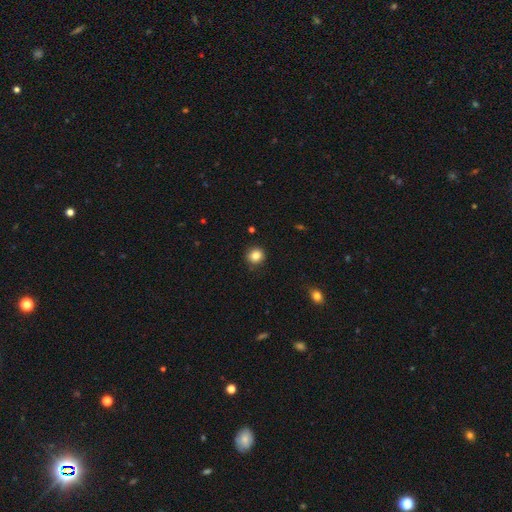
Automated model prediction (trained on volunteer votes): A smooth galaxy with no disk features (84%) that is round (90%).

Vote fractions:
- Smooth or featured? smooth: 84% / star or artifact: 11% / featured or disk: 5%
- How rounded? round: 90% / in between: 9% / cigar-shaped: 1%
- Merging? none: 89% / minor disturbance: 8% / major disturbance: 2% / merger: 1%